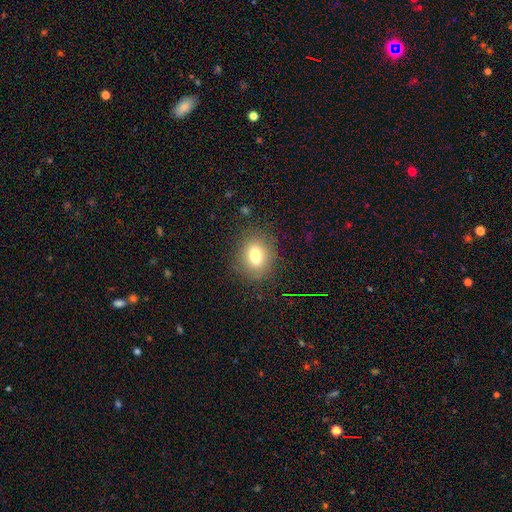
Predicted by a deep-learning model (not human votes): A smooth galaxy with no disk features (77%) that is round (56%). Merging: none (84%).